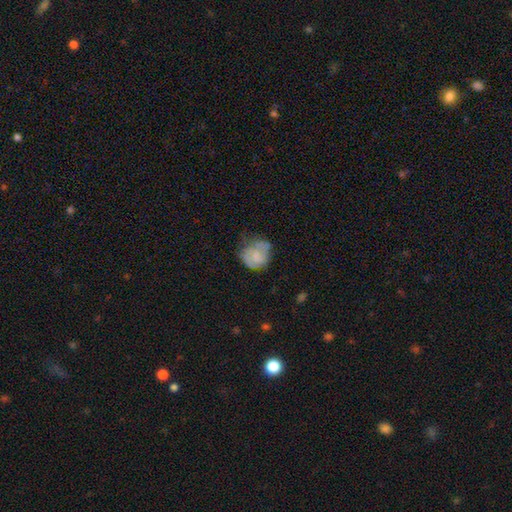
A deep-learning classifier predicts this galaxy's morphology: Overall: featured or disk (51%; smooth 41%). Edge-on disk: no (98%). Bar: no (72%). Spiral arms: yes (67%; no 33%). Bulge size: none (37%; small 29%). Merging: none (48%; minor disturbance 31%).